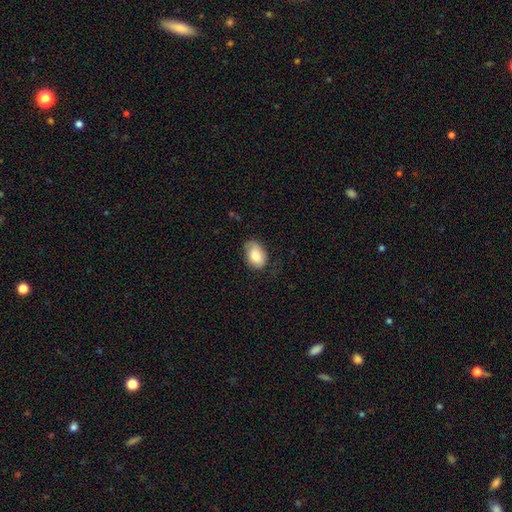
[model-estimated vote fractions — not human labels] Q: Smooth or featured?
A: smooth (81%); runner-up: featured or disk (12%)
Q: How rounded?
A: in between (87%); runner-up: round (12%)
Q: Merging?
A: none (61%); runner-up: minor disturbance (29%)